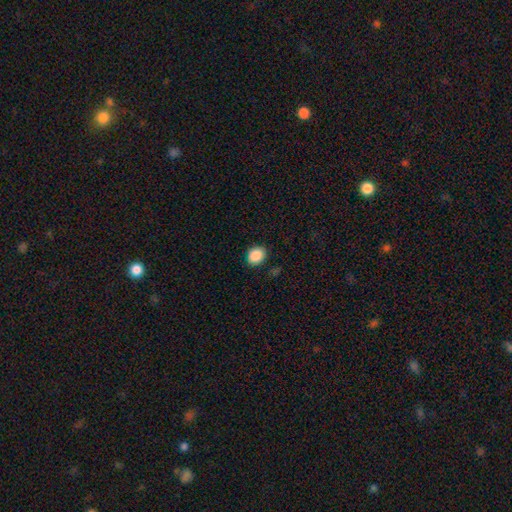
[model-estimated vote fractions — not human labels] Overall: smooth (88%). How rounded: round (63%; in between 36%). Merging: none (85%).